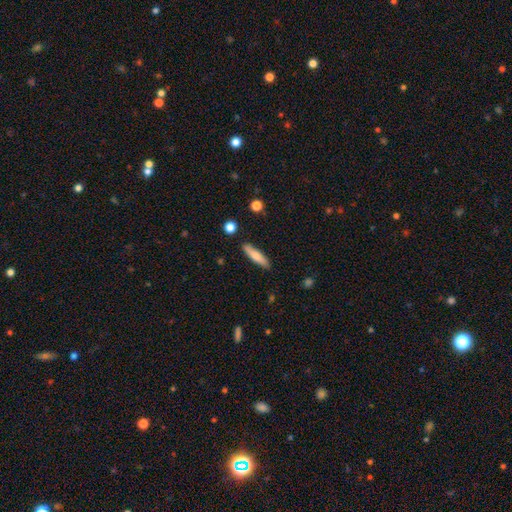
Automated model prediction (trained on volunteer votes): A smooth galaxy with no disk features (76%) that is cigar-shaped (78%).

Vote fractions:
- Smooth or featured? smooth: 76% / featured or disk: 18% / star or artifact: 6%
- How rounded? cigar-shaped: 78% / in between: 20% / round: 2%
- Merging? none: 86% / minor disturbance: 10% / major disturbance: 2% / merger: 2%